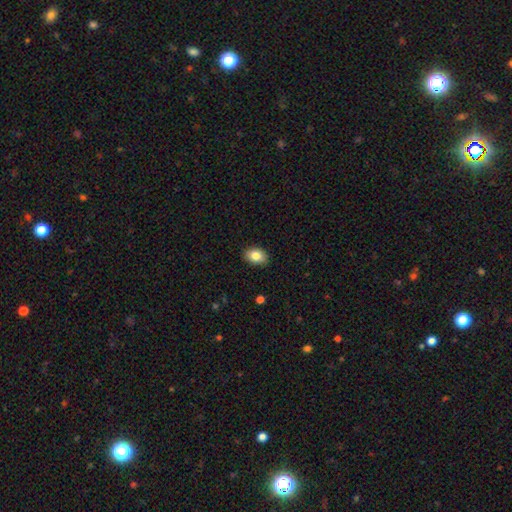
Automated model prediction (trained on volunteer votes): The model was most divided on "how rounded": in between: 81%, round: 18%, cigar-shaped: 1%. More confident: merging — none (88%); smooth or featured — smooth (83%).